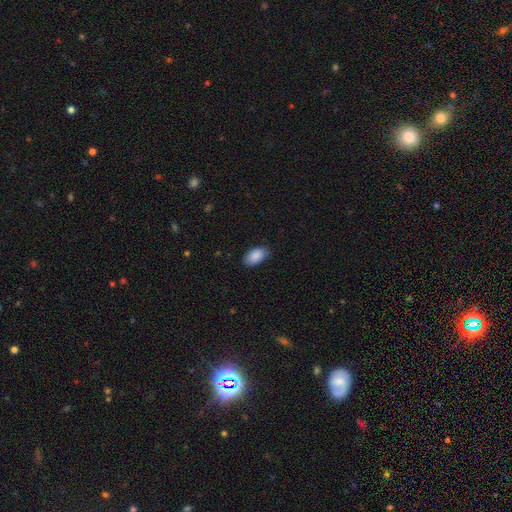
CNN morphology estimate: Q: Smooth or featured?
A: smooth (89%); runner-up: star or artifact (7%)
Q: How rounded?
A: in between (94%); runner-up: round (4%)
Q: Merging?
A: none (83%); runner-up: minor disturbance (13%)